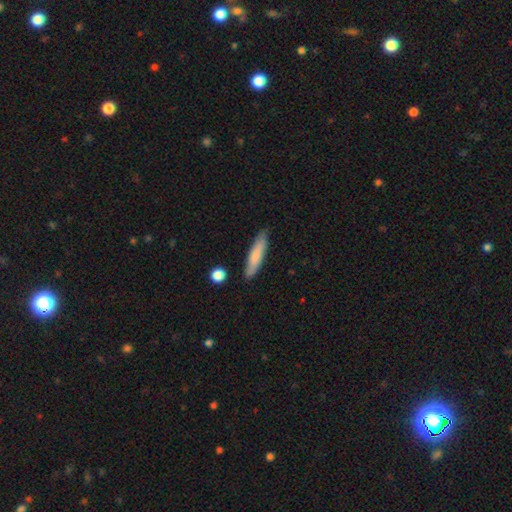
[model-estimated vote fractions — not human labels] Smooth or featured: smooth — 77% (featured or disk — 17%)
How rounded: cigar-shaped — 81% (in between — 17%)
Merging: none — 84% (minor disturbance — 12%)